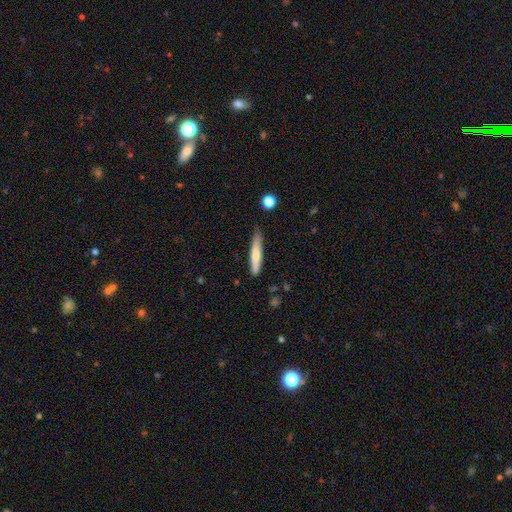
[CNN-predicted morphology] Q: Smooth or featured?
A: smooth (66%); runner-up: featured or disk (28%)
Q: How rounded?
A: cigar-shaped (91%); runner-up: in between (8%)
Q: Merging?
A: none (73%); runner-up: minor disturbance (21%)